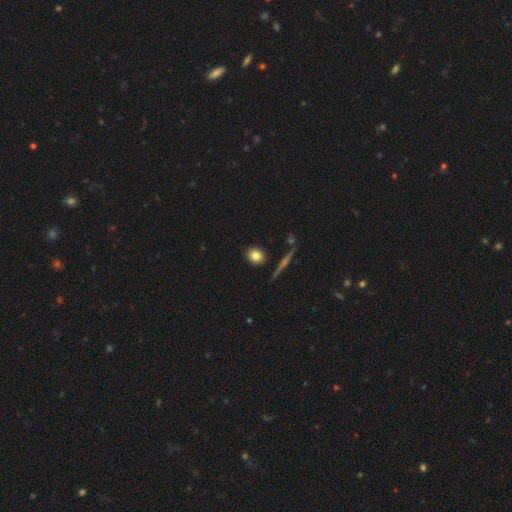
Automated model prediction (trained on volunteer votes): Smooth or featured: smooth — 81% (featured or disk — 10%)
How rounded: round — 75% (in between — 22%)
Merging: none — 85% (minor disturbance — 9%)